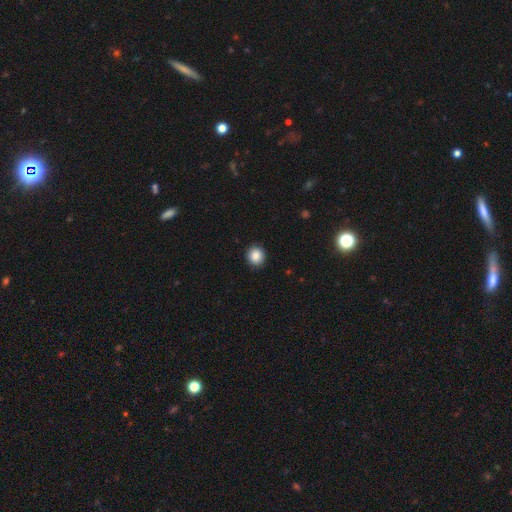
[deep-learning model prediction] Overall: smooth (86%). How rounded: round (87%). Merging: none (91%).